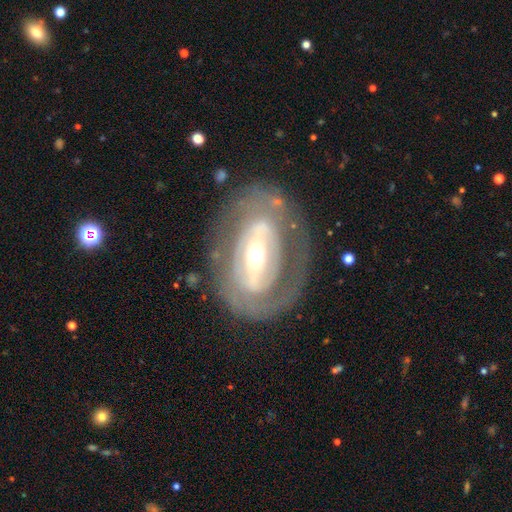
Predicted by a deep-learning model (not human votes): Q: Smooth or featured?
A: featured or disk (81%); runner-up: smooth (14%)
Q: Edge-on disk?
A: no (94%); runner-up: yes (6%)
Q: Bar?
A: strong (49%); runner-up: weak (30%)
Q: Spiral arms?
A: yes (69%); runner-up: no (31%)
Q: Spiral winding?
A: tight (60%); runner-up: medium (28%)
Q: Spiral arm count?
A: 2 (49%); runner-up: can't tell (30%)
Q: Bulge size?
A: moderate (58%); runner-up: small (32%)
Q: Merging?
A: none (68%); runner-up: minor disturbance (17%)